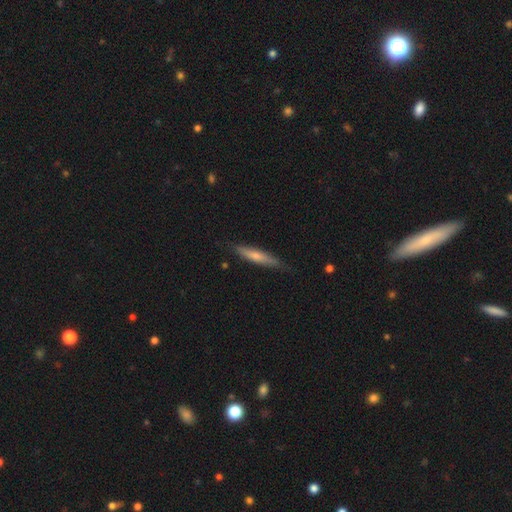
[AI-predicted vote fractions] Smooth or featured? Predicted: smooth (p=0.59). How rounded? Predicted: cigar-shaped (p=0.88). Merging? Predicted: none (p=0.78).